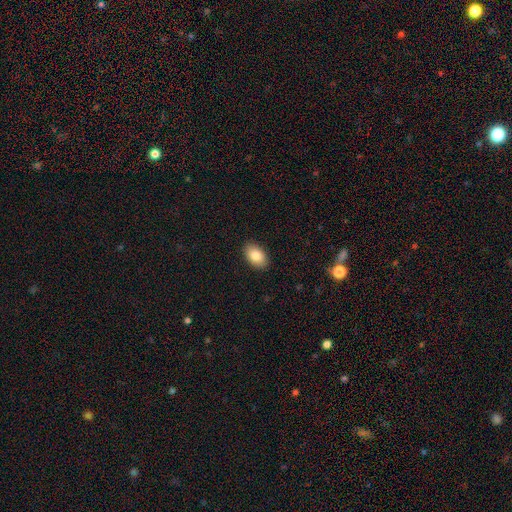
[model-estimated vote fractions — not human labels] smooth 86%, star or artifact 7%, featured or disk 7%. Down the decision tree: how rounded — in between (92%); merging — none (90%).